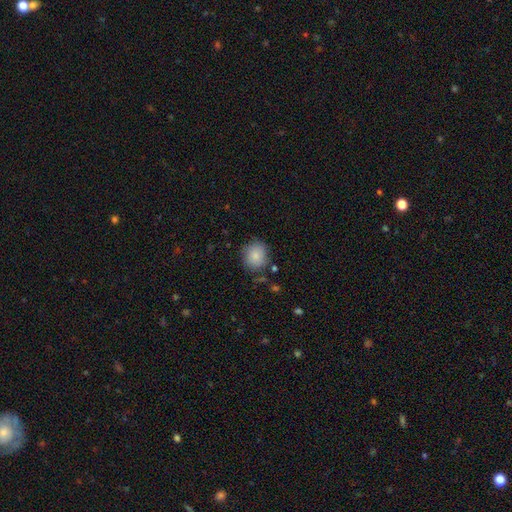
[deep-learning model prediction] A smooth galaxy with no disk features (85%) that is round (77%).

Vote fractions:
- Smooth or featured? smooth: 85% / star or artifact: 8% / featured or disk: 6%
- How rounded? round: 77% / in between: 22% / cigar-shaped: 1%
- Merging? none: 79% / minor disturbance: 14% / major disturbance: 4% / merger: 3%